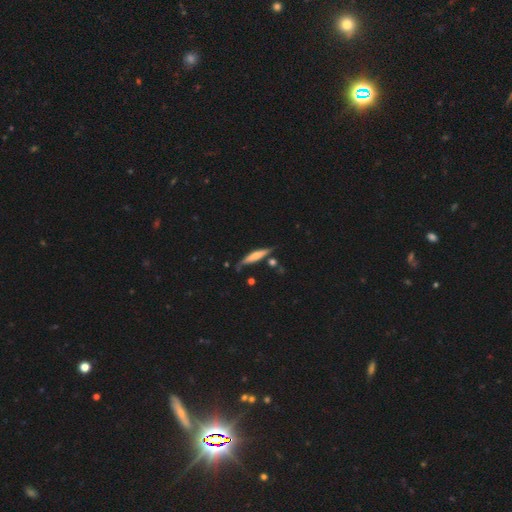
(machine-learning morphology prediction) A smooth galaxy with no disk features (50%) that is cigar-shaped (86%). Merging: none (69%).